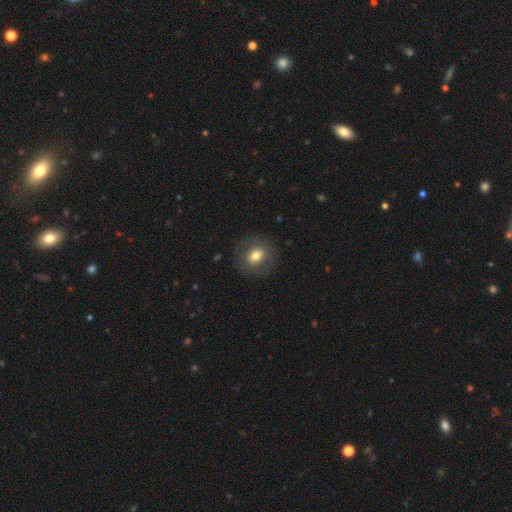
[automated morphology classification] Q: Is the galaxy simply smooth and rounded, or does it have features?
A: smooth — 67%.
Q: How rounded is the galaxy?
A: round — 68%.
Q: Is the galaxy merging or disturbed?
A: none — 83%.